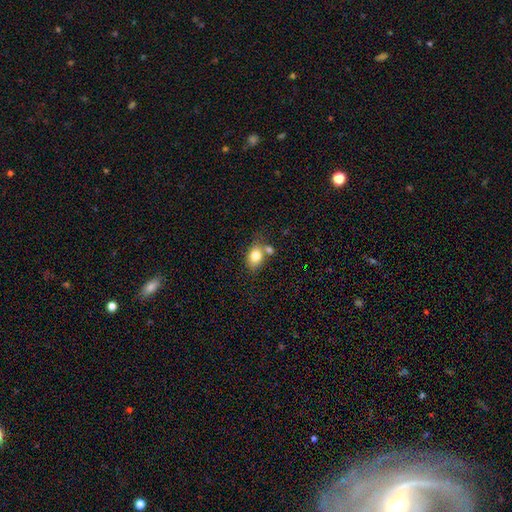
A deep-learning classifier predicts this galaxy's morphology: type=smooth (80%); roundness=in between (69%); merging=none (54%).